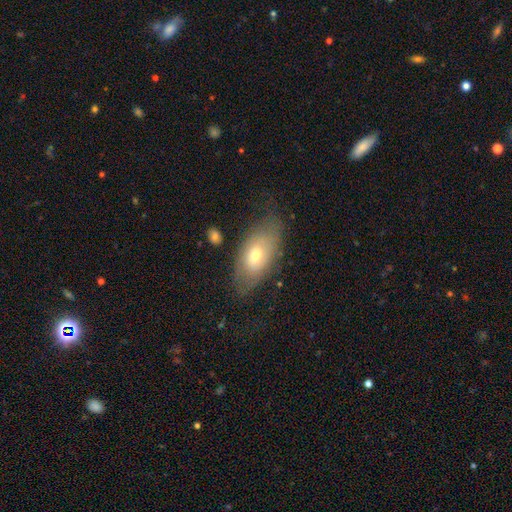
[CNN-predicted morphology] Smooth or featured?
  - smooth: 60% *
  - featured or disk: 32%
  - star or artifact: 8%
How rounded?
  - in between: 90% *
  - cigar-shaped: 5%
  - round: 5%
Merging?
  - none: 68% *
  - minor disturbance: 21%
  - major disturbance: 8%
  - merger: 2%